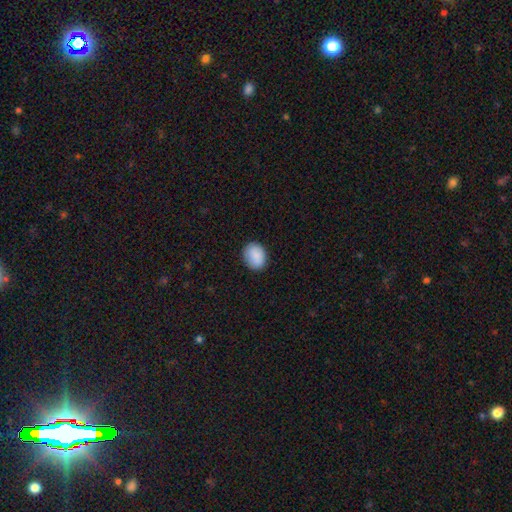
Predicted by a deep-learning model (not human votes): This appears to be a smooth galaxy with no disk features (88%) that is in between round and cigar-shaped (52%). Merging: none (83%).